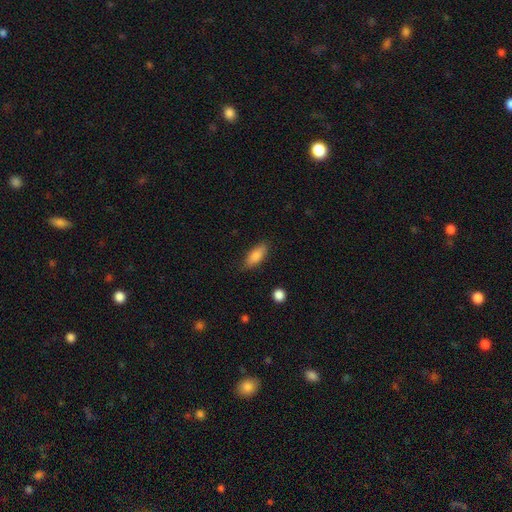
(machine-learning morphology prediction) smooth-or-featured: smooth: 81% | featured or disk: 12% | star or artifact: 7%
  how-rounded: in between: 77% | cigar-shaped: 20% | round: 3%
  merging: none: 81% | minor disturbance: 15% | major disturbance: 3% | merger: 1%